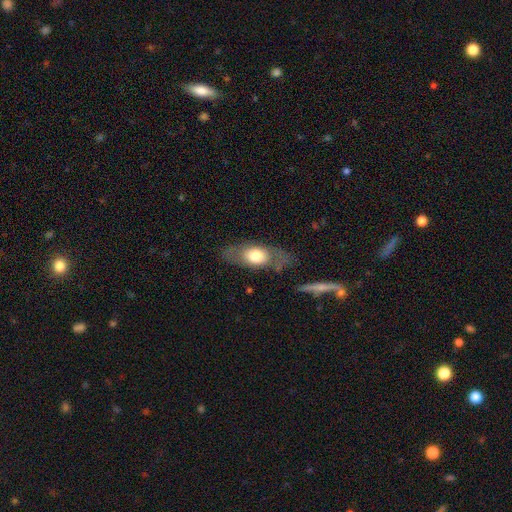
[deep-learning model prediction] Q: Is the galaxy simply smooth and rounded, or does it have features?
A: smooth — 57%.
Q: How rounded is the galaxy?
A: in between — 80%.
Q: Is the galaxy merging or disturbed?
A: none — 68%.